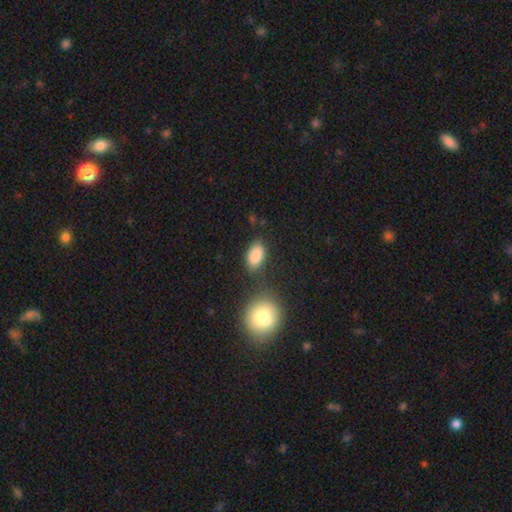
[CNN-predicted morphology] Q: Smooth or featured?
A: smooth (87%); runner-up: star or artifact (8%)
Q: How rounded?
A: in between (91%); runner-up: round (6%)
Q: Merging?
A: none (69%); runner-up: minor disturbance (16%)